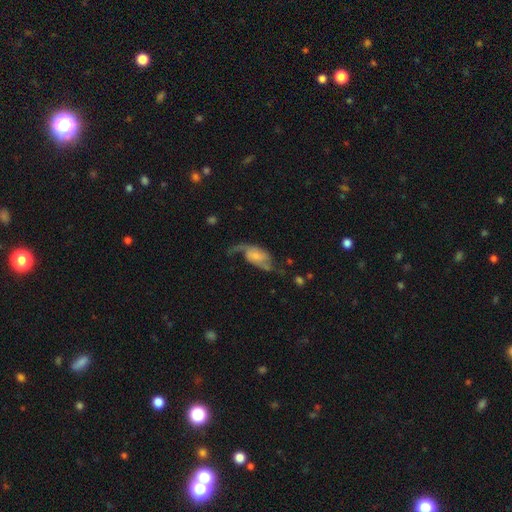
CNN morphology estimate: Smooth or featured? featured or disk (76%)
Edge-on disk? no (96%)
Bar? no (54%)
Spiral arms? yes (92%)
Spiral winding? loose (69%)
Spiral arm count? 2 (81%)
Bulge size? small (54%)
Merging? none (45%)